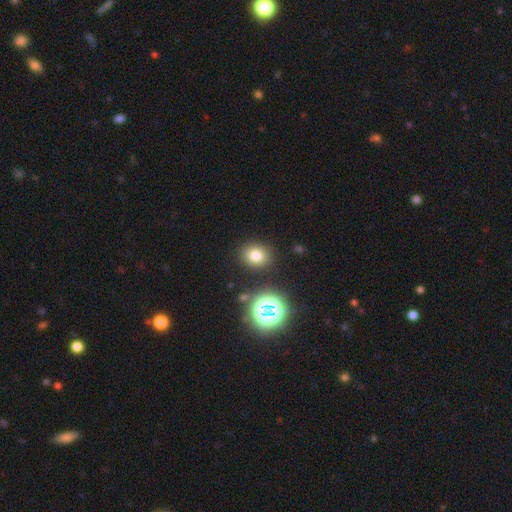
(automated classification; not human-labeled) smooth_or_featured: smooth (p=0.73) [alt: star or artifact p=0.18]
how_rounded: round (p=0.62) [alt: in between p=0.37]
merging: none (p=0.86) [alt: minor disturbance p=0.08]